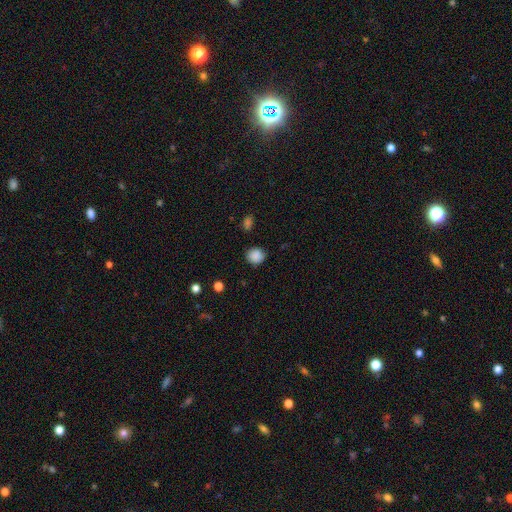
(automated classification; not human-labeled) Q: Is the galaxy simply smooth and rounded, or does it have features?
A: smooth — 87%.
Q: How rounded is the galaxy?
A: round — 85%.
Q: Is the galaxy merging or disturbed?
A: none — 84%.